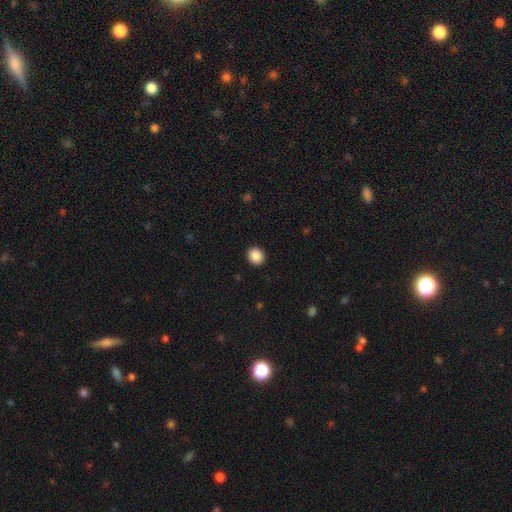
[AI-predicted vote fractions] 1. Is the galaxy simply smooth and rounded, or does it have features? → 88% smooth, 9% star or artifact, 3% featured or disk.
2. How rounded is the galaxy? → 83% round, 16% in between, 1% cigar-shaped.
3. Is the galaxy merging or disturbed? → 92% none, 5% minor disturbance, 2% major disturbance, 1% merger.